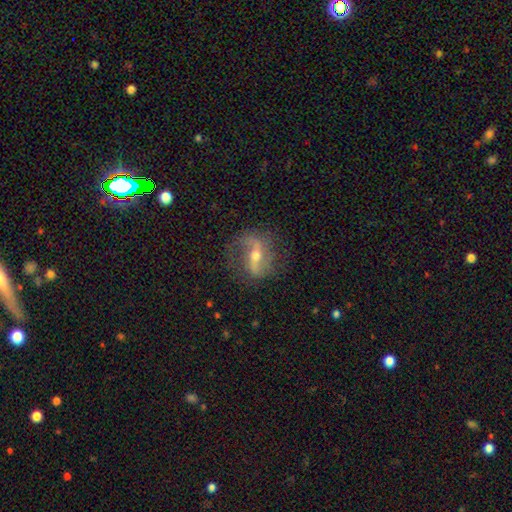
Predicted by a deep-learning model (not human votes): smooth-or-featured: featured or disk: 85% | smooth: 8% | star or artifact: 7%
  disk-edge-on: no: 95% | yes: 5%
    bar: strong: 45% | weak: 36% | no: 19%
    has-spiral-arms: yes: 94% | no: 6%
      spiral-winding: loose: 58% | medium: 32% | tight: 10%
      spiral-arm-count: 2: 89% | 1: 4% | can't tell: 3% | 3: 1% | 4: 1% | more than 4: 1%
    bulge-size: moderate: 57% | small: 38% | large: 2% | none: 1% | dominant: 1%
  merging: none: 78% | minor disturbance: 14% | major disturbance: 7% | merger: 1%